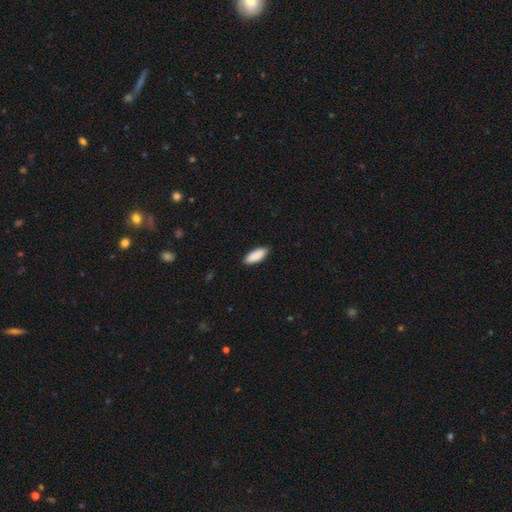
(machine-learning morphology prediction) A smooth galaxy with no disk features (91%) that is in between round and cigar-shaped (74%).

Vote fractions:
- Smooth or featured? smooth: 91% / star or artifact: 5% / featured or disk: 4%
- How rounded? in between: 74% / cigar-shaped: 24% / round: 2%
- Merging? none: 89% / minor disturbance: 9% / major disturbance: 2% / merger: 1%